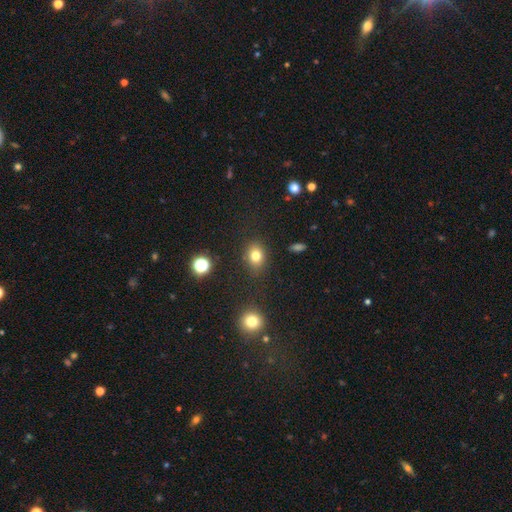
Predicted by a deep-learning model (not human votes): Smooth or featured? Predicted: smooth (p=0.78). How rounded? Predicted: in between (p=0.54). Merging? Predicted: none (p=0.84).